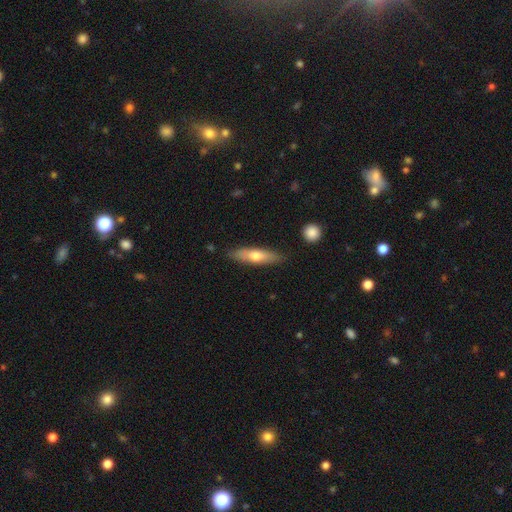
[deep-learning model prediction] smooth_or_featured: smooth (p=0.58) [alt: featured or disk p=0.36]
how_rounded: cigar-shaped (p=0.69) [alt: in between p=0.29]
merging: none (p=0.84) [alt: minor disturbance p=0.12]